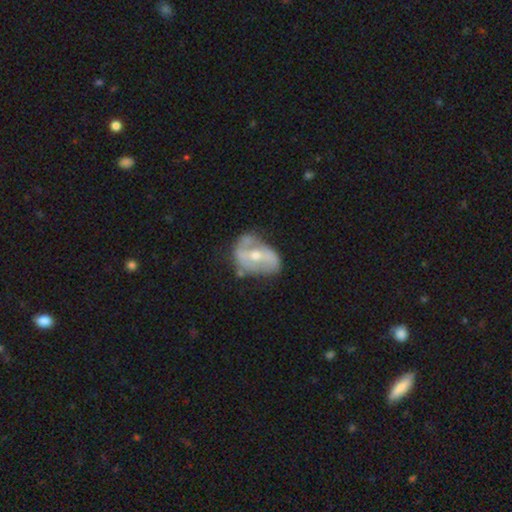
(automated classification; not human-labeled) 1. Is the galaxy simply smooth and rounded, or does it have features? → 73% featured or disk, 21% smooth, 7% star or artifact.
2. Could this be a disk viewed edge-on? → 95% no, 5% yes.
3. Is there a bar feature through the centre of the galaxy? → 35% weak, 34% strong, 31% no.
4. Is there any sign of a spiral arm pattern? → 66% yes, 34% no.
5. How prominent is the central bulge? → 57% moderate, 39% small, 2% large, 1% none, 1% dominant.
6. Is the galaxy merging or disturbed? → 50% none, 30% minor disturbance, 15% major disturbance, 5% merger.